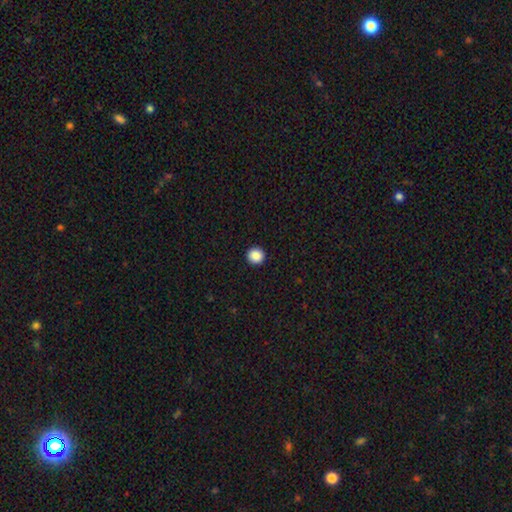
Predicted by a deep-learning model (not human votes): Smooth or featured? Predicted: smooth (p=0.88). How rounded? Predicted: round (p=0.96). Merging? Predicted: none (p=0.94).